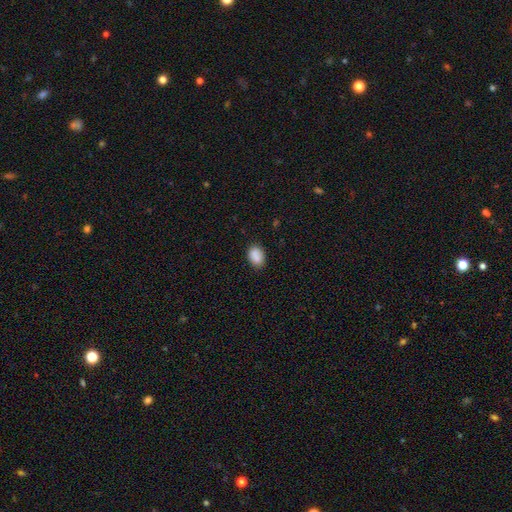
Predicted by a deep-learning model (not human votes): Smooth or featured?
  - smooth: 88% *
  - star or artifact: 8%
  - featured or disk: 5%
How rounded?
  - in between: 80% *
  - round: 19%
  - cigar-shaped: 1%
Merging?
  - none: 80% *
  - minor disturbance: 15%
  - major disturbance: 3%
  - merger: 2%